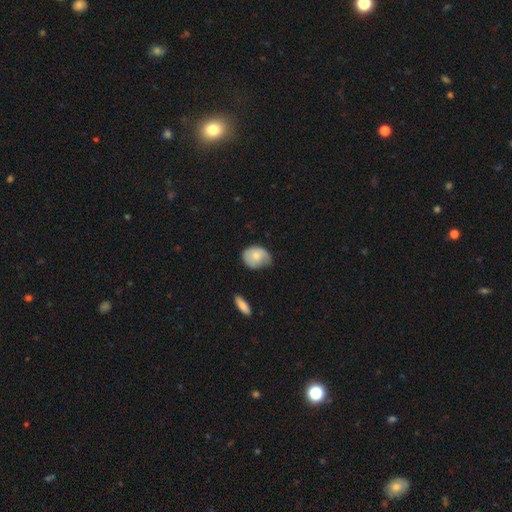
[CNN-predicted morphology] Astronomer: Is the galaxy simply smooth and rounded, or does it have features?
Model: smooth — 67%.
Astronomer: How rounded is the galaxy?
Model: in between — 54% (runner-up: round, 45%).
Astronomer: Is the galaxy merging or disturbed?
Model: none — 48% (runner-up: minor disturbance, 39%).